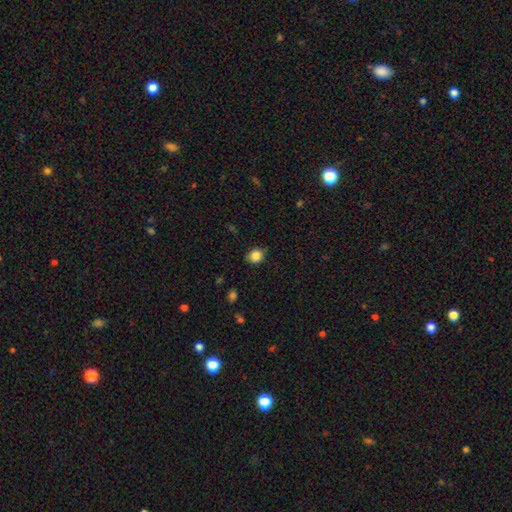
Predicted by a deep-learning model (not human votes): smooth-or-featured: smooth: 85% | star or artifact: 10% | featured or disk: 5%
  how-rounded: round: 74% | in between: 25% | cigar-shaped: 1%
  merging: none: 76% | minor disturbance: 19% | major disturbance: 3% | merger: 1%